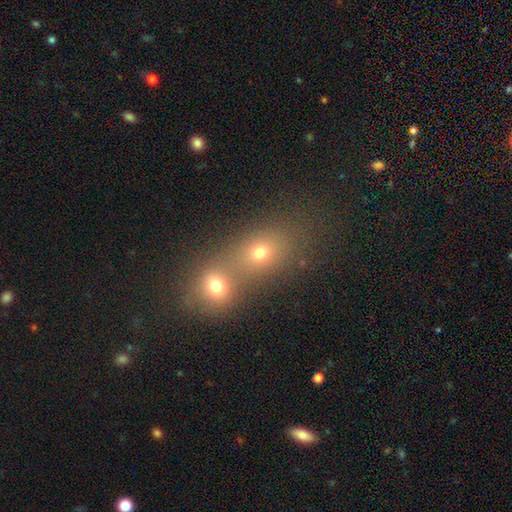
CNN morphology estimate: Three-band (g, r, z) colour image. It shows a smooth galaxy with no disk features (54%) that is round (63%). Merging: merger (63%).